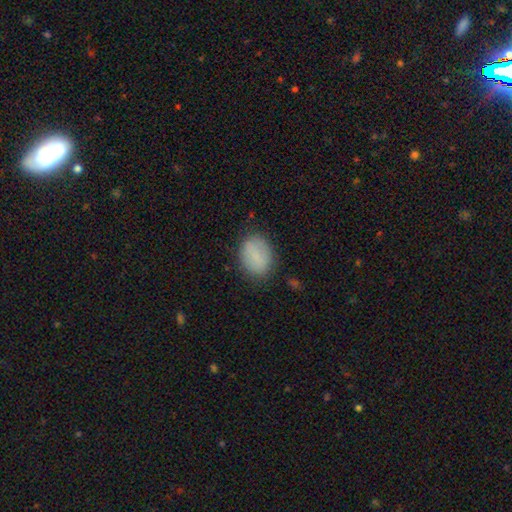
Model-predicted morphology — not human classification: Smooth or featured? Predicted: smooth (p=0.81). How rounded? Predicted: in between (p=0.70). Merging? Predicted: none (p=0.80).